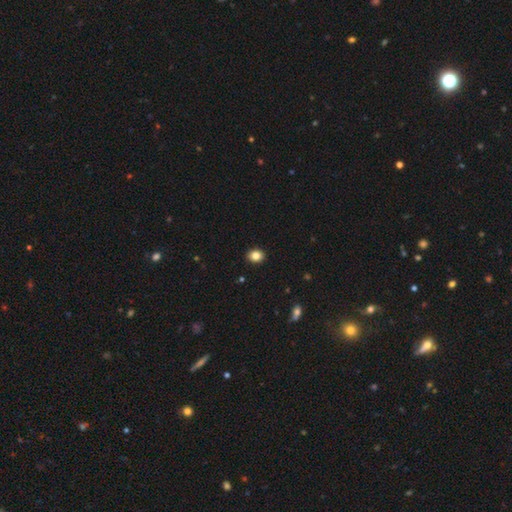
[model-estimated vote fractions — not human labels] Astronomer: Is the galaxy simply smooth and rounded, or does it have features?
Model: smooth — 84%.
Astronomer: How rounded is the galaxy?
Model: round — 54% (runner-up: in between, 45%).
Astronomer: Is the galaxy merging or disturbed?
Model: none — 91%.